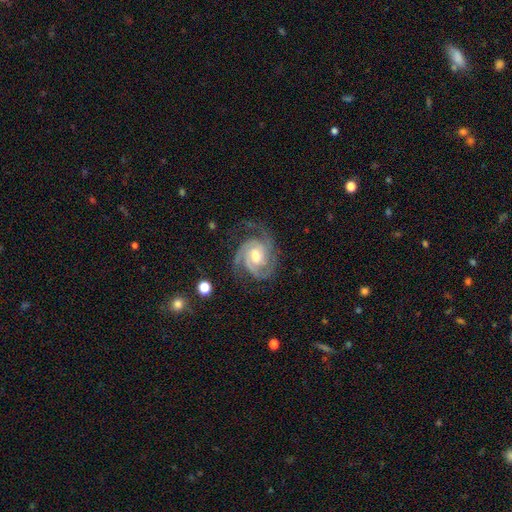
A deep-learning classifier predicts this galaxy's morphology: Smooth or featured: featured or disk — 92% (star or artifact — 4%)
Edge-on disk: no — 98% (yes — 2%)
Bar: no — 50% (weak — 39%)
Spiral arms: yes — 98% (no — 2%)
Spiral winding: tight — 61% (medium — 34%)
Spiral arm count: 3 — 45% (2 — 34%)
Bulge size: moderate — 71% (small — 19%)
Merging: none — 70% (minor disturbance — 19%)